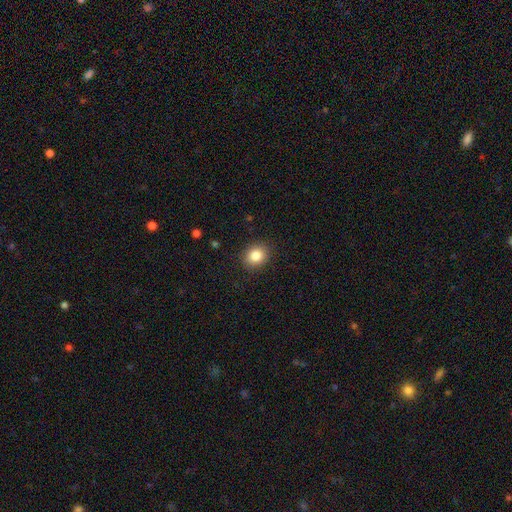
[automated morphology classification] Smooth or featured? Predicted: smooth (p=0.85). How rounded? Predicted: round (p=0.62). Merging? Predicted: none (p=0.89).